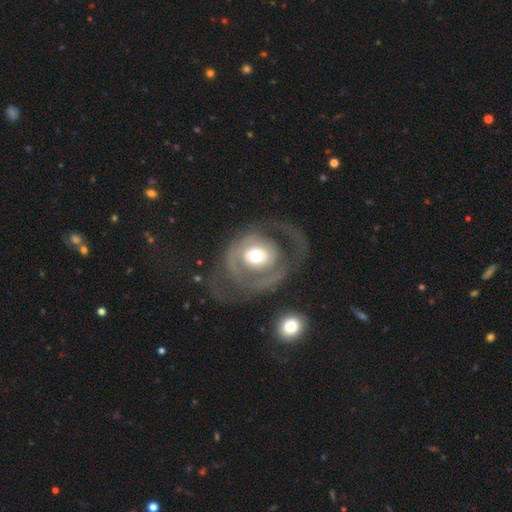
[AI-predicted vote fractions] The model was most divided on "spiral arms": yes: 53%, no: 47%. Remaining: edge-on disk — no (96%); bar — no (76%); smooth or featured — featured or disk (69%); bulge size — moderate (61%); merging — none (45%).